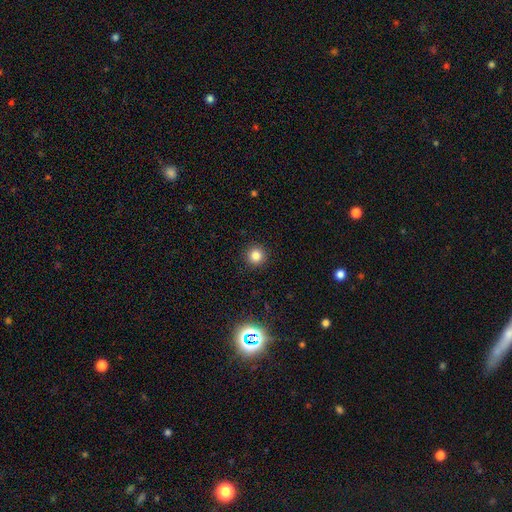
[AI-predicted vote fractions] Smooth or featured?
  - smooth: 83% *
  - star or artifact: 13%
  - featured or disk: 5%
How rounded?
  - round: 95% *
  - in between: 4%
  - cigar-shaped: 1%
Merging?
  - none: 92% *
  - minor disturbance: 5%
  - major disturbance: 2%
  - merger: 1%